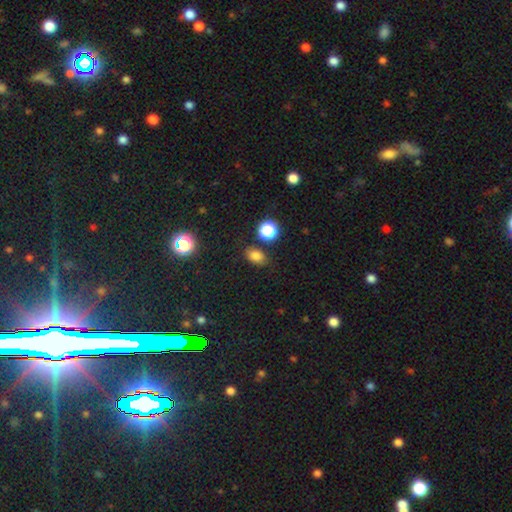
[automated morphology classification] This is likely a smooth galaxy (77%). How rounded: likely in between (73%). Merging: likely none (79%).